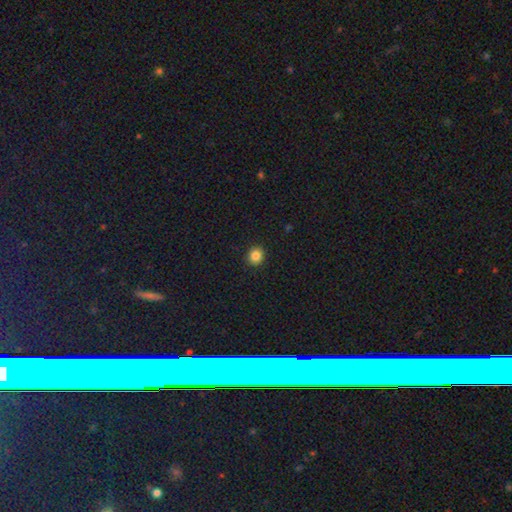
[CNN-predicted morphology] This is clearly a smooth galaxy (85%). How rounded: clearly round (81%). Merging: clearly none (92%).